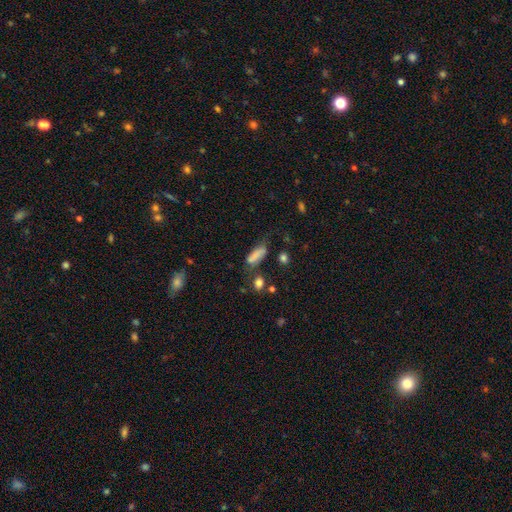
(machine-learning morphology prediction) Smooth or featured? smooth (77%)
How rounded? in between (62%)
Merging? none (43%)